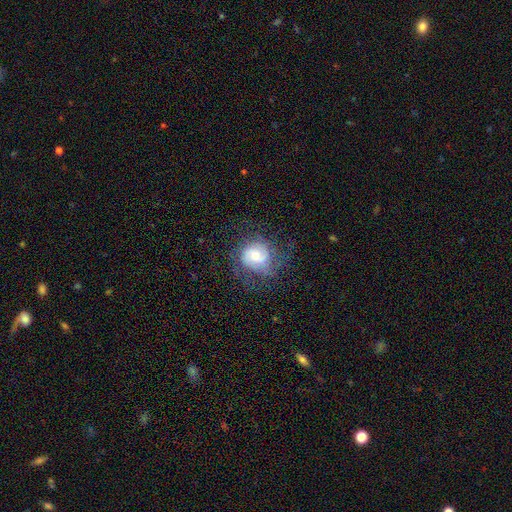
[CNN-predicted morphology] Smooth or featured? featured or disk (55%)
Edge-on disk? no (97%)
Bar? no (64%)
Spiral arms? yes (82%)
Bulge size? moderate (54%)
Merging? none (60%)